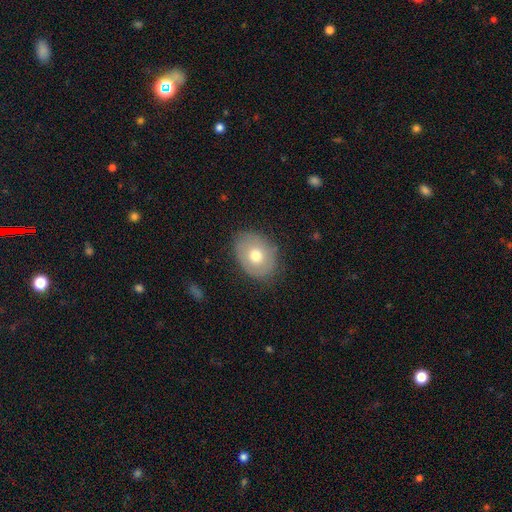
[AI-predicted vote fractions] smooth-or-featured: smooth: 68% | featured or disk: 24% | star or artifact: 8%
  how-rounded: in between: 59% | round: 40% | cigar-shaped: 1%
  merging: none: 80% | minor disturbance: 14% | major disturbance: 4% | merger: 1%